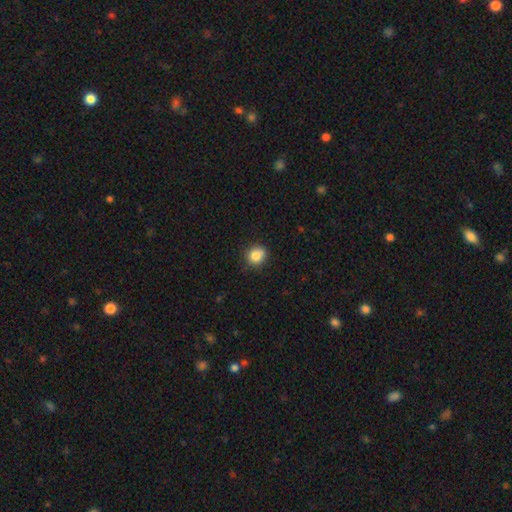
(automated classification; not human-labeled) Smooth or featured? smooth (83%)
How rounded? round (76%)
Merging? none (76%)